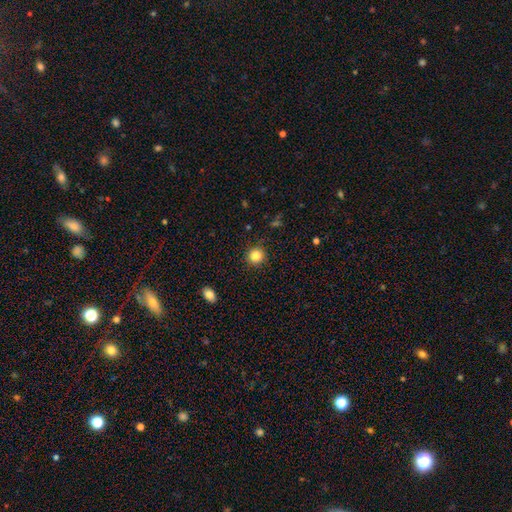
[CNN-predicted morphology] smooth_or_featured: smooth (p=0.84) [alt: star or artifact p=0.11]
how_rounded: round (p=0.93) [alt: in between p=0.06]
merging: none (p=0.91) [alt: minor disturbance p=0.06]